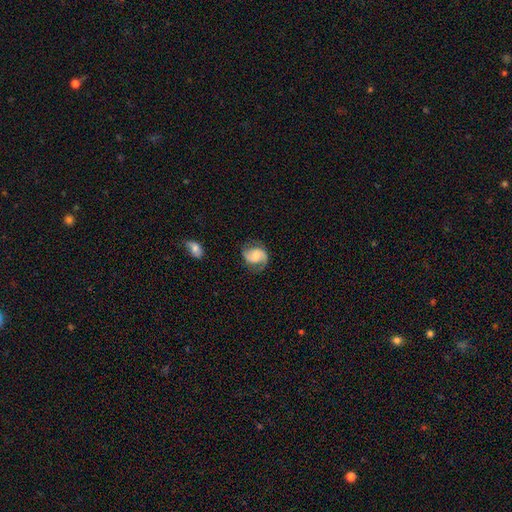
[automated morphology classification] This appears to be a featured or disk galaxy (77%) with no bar (52%), 2 (87%) medium (50%) spiral arms (96%) and a moderate central bulge (45%). Merging: none (73%).